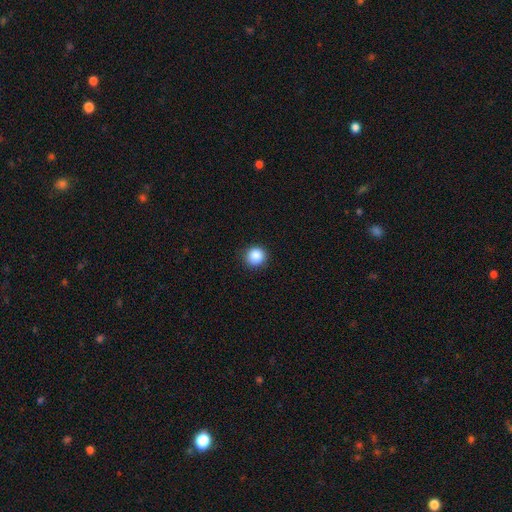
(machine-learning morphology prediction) smooth_or_featured: smooth (p=0.88) [alt: star or artifact p=0.09]
how_rounded: round (p=0.94) [alt: in between p=0.05]
merging: none (p=0.90) [alt: minor disturbance p=0.07]